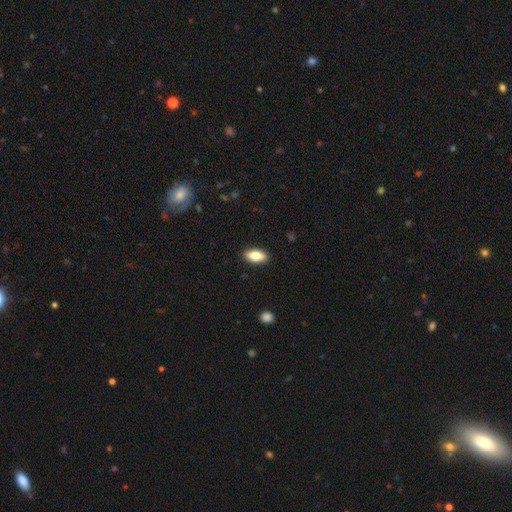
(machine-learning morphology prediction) The model was most divided on "smooth or featured": smooth: 80%, featured or disk: 14%, star or artifact: 7%. More confident: merging — none (90%); how rounded — in between (88%).